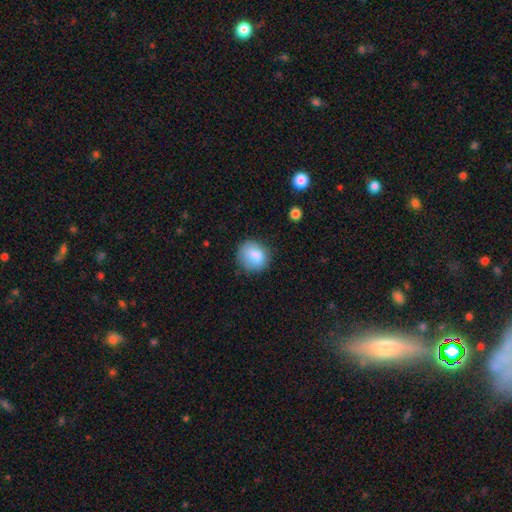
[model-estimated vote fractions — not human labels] smooth-or-featured: smooth: 82% | featured or disk: 9% | star or artifact: 8%
  how-rounded: round: 75% | in between: 24% | cigar-shaped: 1%
  merging: none: 72% | minor disturbance: 20% | major disturbance: 6% | merger: 2%